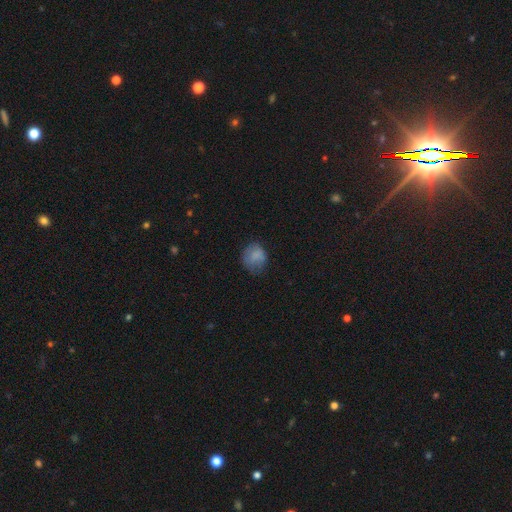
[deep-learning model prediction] A smooth galaxy with no disk features (76%) that is round (62%).

Vote fractions:
- Smooth or featured? smooth: 76% / featured or disk: 14% / star or artifact: 10%
- How rounded? round: 62% / in between: 37% / cigar-shaped: 1%
- Merging? none: 57% / minor disturbance: 27% / major disturbance: 14% / merger: 1%